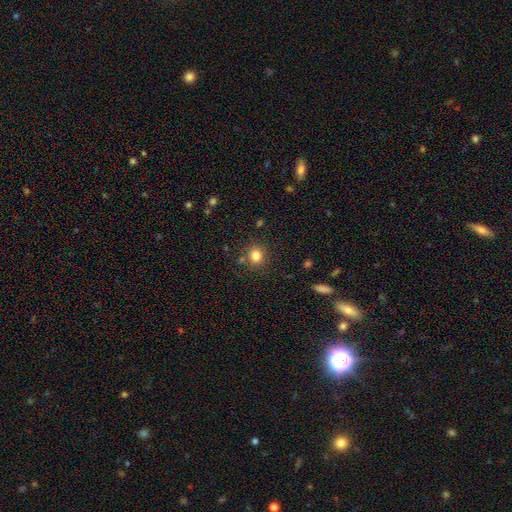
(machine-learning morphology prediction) smooth-or-featured: smooth: 81% | star or artifact: 13% | featured or disk: 6%
  how-rounded: round: 86% | in between: 13% | cigar-shaped: 1%
  merging: none: 83% | minor disturbance: 9% | merger: 5% | major disturbance: 3%